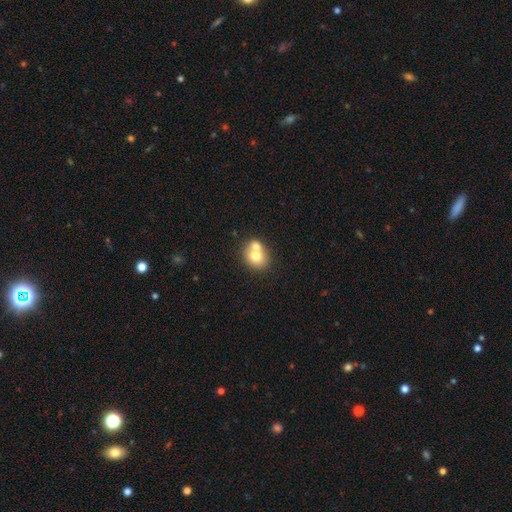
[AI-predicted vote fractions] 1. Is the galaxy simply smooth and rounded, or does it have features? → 69% smooth, 21% featured or disk, 10% star or artifact.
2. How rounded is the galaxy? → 67% round, 32% in between, 1% cigar-shaped.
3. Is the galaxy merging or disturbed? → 53% merger, 37% none, 8% minor disturbance, 3% major disturbance.